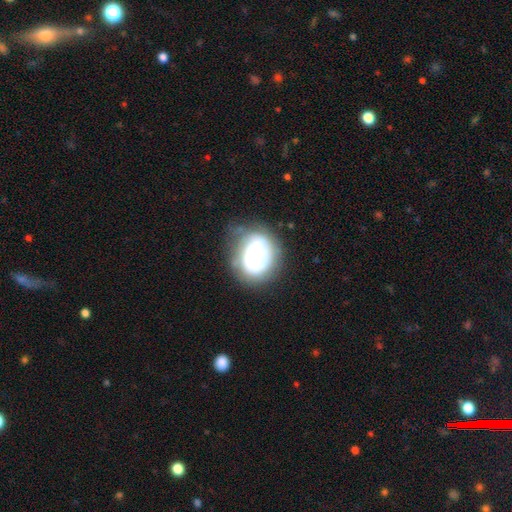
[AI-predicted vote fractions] The model was most divided on "smooth or featured": smooth: 53%, featured or disk: 39%, star or artifact: 9%. More confident: how rounded — round (63%); merging — none (55%).